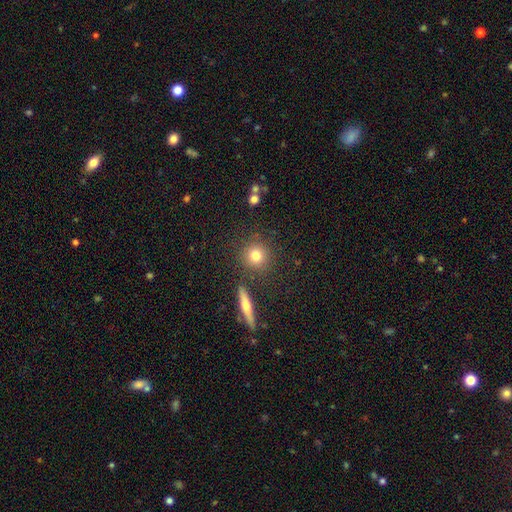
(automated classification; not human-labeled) Q: Smooth or featured?
A: smooth (78%); runner-up: featured or disk (11%)
Q: How rounded?
A: round (90%); runner-up: in between (8%)
Q: Merging?
A: none (84%); runner-up: minor disturbance (8%)